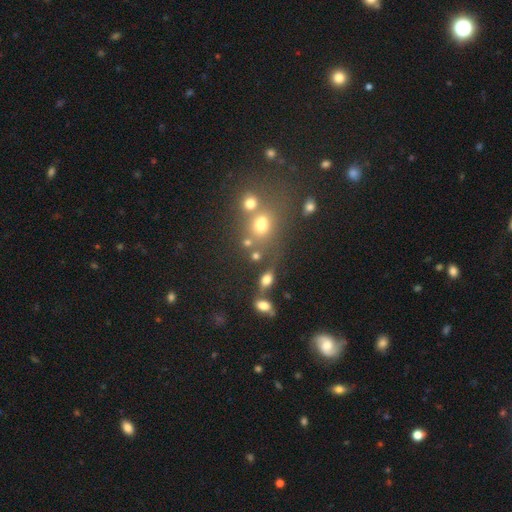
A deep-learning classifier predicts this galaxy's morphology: Q: Smooth or featured?
A: smooth (66%); runner-up: star or artifact (18%)
Q: How rounded?
A: round (50%); runner-up: in between (46%)
Q: Merging?
A: none (51%); runner-up: merger (27%)